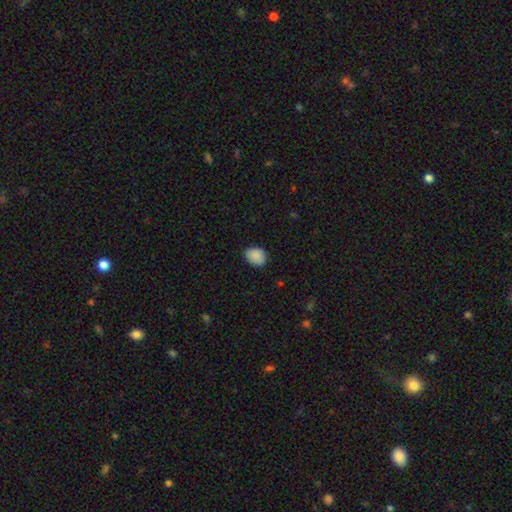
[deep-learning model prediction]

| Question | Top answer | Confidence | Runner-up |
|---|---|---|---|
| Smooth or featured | smooth | 88% | star or artifact (8%) |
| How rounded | in between | 51% | round (48%) |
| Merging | none | 79% | minor disturbance (17%) |